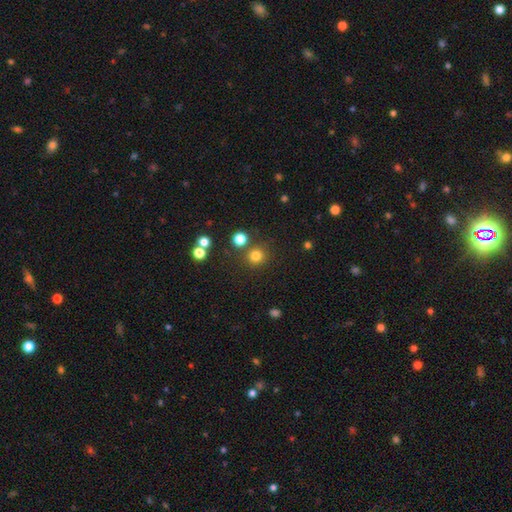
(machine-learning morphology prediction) This is likely a smooth galaxy (79%). How rounded: clearly round (93%). Merging: clearly none (82%).